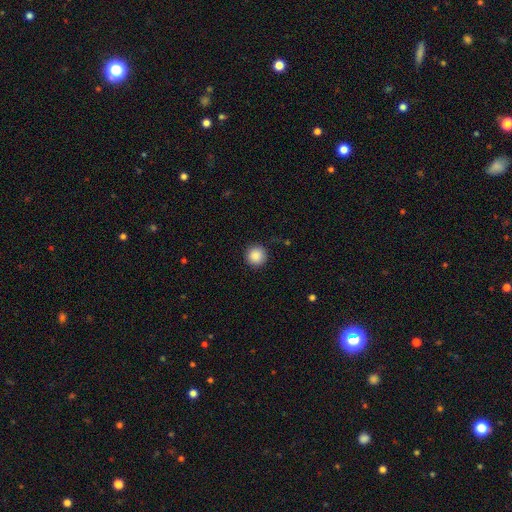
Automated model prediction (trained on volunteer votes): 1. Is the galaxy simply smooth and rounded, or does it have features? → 88% smooth, 9% star or artifact, 3% featured or disk.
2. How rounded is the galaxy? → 95% round, 4% in between, 1% cigar-shaped.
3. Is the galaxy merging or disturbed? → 89% none, 7% minor disturbance, 2% major disturbance, 1% merger.